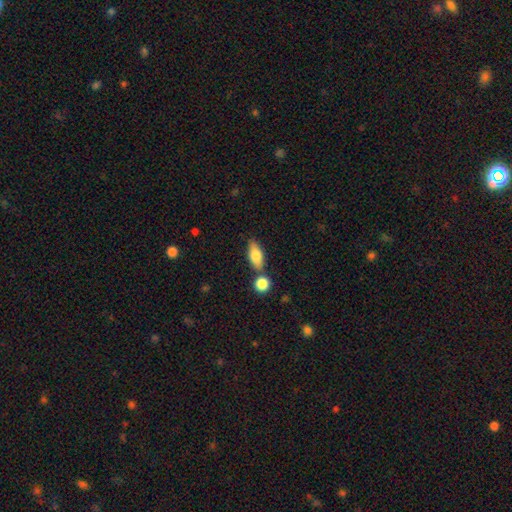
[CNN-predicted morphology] Overall: smooth (77%). How rounded: in between (77%). Merging: none (66%).